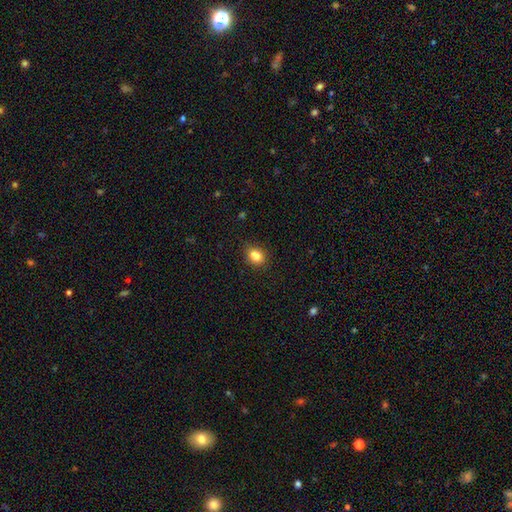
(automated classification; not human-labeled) Smooth or featured? smooth (80%)
How rounded? round (56%)
Merging? none (55%)